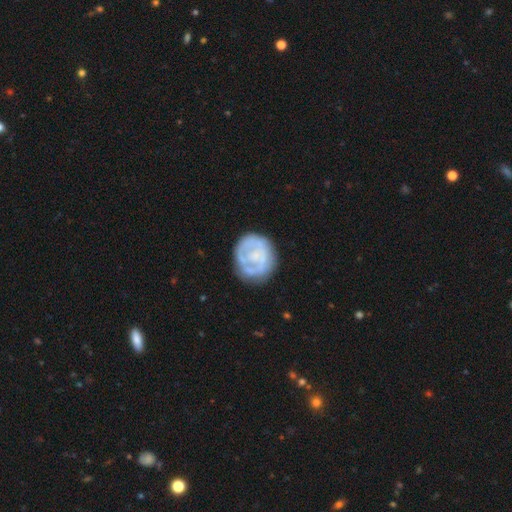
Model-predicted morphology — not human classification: A featured or disk galaxy (60%) with no bar (74%), no spiral arms (51%) and no central bulge (38%).

Vote fractions:
- Smooth or featured? featured or disk: 60% / smooth: 34% / star or artifact: 6%
- Edge-on disk? no: 98% / yes: 2%
- Bar? no: 74% / weak: 20% / strong: 6%
- Spiral arms? no: 51% / yes: 49%
- Bulge size? none: 38% / small: 37% / moderate: 20% / large: 4% / dominant: 2%
- Merging? none: 68% / minor disturbance: 20% / major disturbance: 10% / merger: 2%